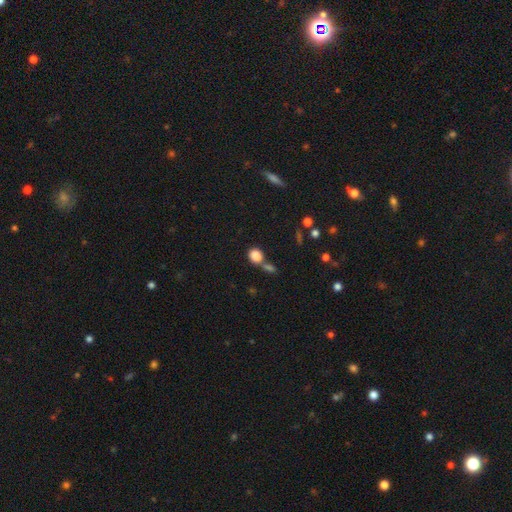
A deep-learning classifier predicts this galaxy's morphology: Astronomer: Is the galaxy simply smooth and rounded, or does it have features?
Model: smooth — 85%.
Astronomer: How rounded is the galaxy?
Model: round — 69%.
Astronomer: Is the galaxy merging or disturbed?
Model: none — 45% (runner-up: merger, 40%).